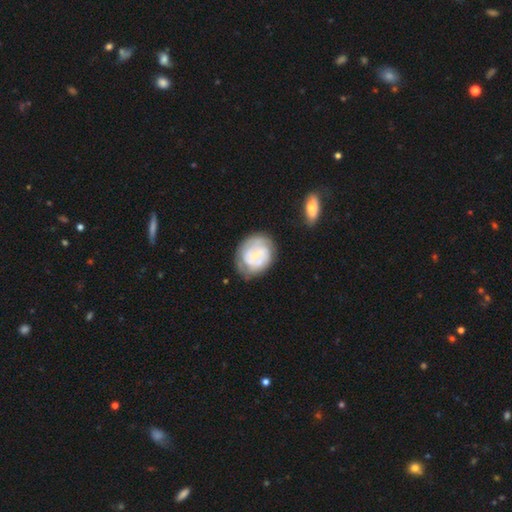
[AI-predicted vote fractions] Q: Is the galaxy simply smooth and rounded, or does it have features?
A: featured or disk — 71%.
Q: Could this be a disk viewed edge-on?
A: no — 98%.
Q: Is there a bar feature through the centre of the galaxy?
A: no — 53%.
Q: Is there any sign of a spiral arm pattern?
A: yes — 86%.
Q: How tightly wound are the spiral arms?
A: tight — 64%.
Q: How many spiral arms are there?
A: can't tell — 41%.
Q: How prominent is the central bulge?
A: small — 61%.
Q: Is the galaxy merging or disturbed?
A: none — 64%.